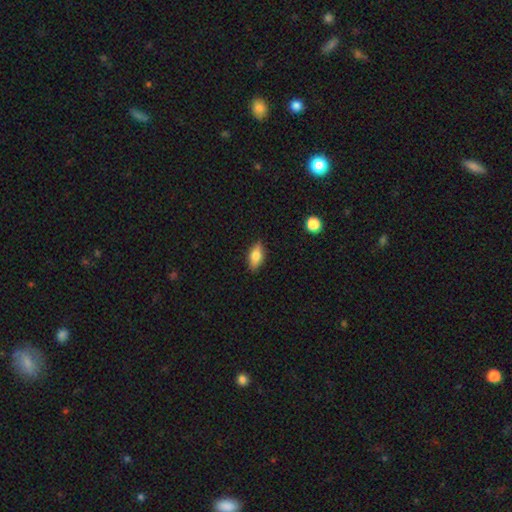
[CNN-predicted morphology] Smooth or featured: smooth — 72% (featured or disk — 20%)
How rounded: in between — 83% (cigar-shaped — 12%)
Merging: none — 85% (minor disturbance — 11%)